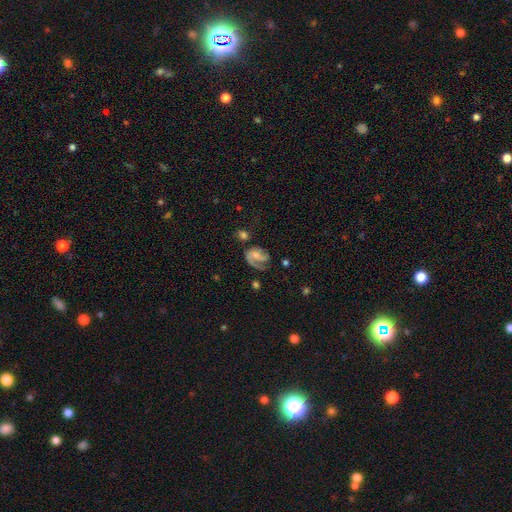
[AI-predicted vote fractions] Smooth or featured? Predicted: featured or disk (p=0.73). Edge-on disk? Predicted: no (p=0.98). Bar? Predicted: no (p=0.57). Spiral arms? Predicted: yes (p=0.90). Spiral winding? Predicted: medium (p=0.44). Spiral arm count? Predicted: 1 (p=0.44). Bulge size? Predicted: small (p=0.44). Merging? Predicted: none (p=0.40).